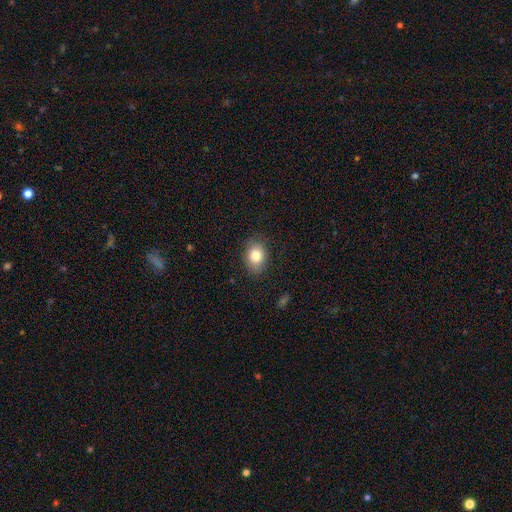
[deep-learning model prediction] This is clearly a smooth galaxy (82%). How rounded: likely in between (66%). Merging: clearly none (82%).